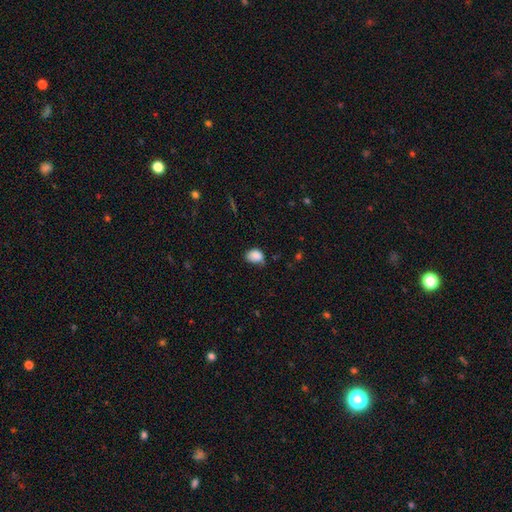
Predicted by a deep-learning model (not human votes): This is clearly a smooth galaxy (86%). How rounded: likely in between (66%). Merging: possibly none (53%).